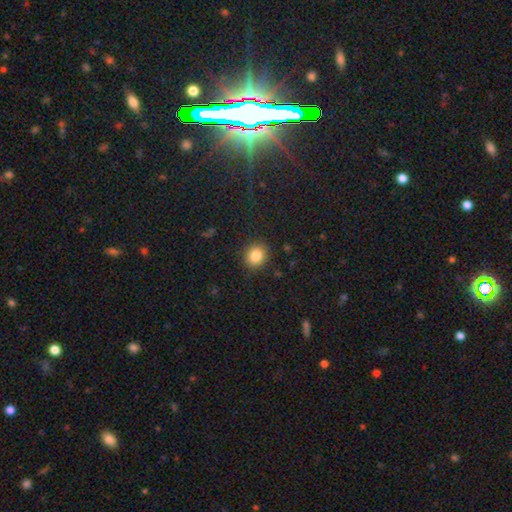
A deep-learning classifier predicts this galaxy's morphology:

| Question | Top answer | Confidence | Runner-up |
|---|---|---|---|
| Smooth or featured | smooth | 84% | star or artifact (11%) |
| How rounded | round | 80% | in between (19%) |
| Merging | none | 89% | minor disturbance (8%) |